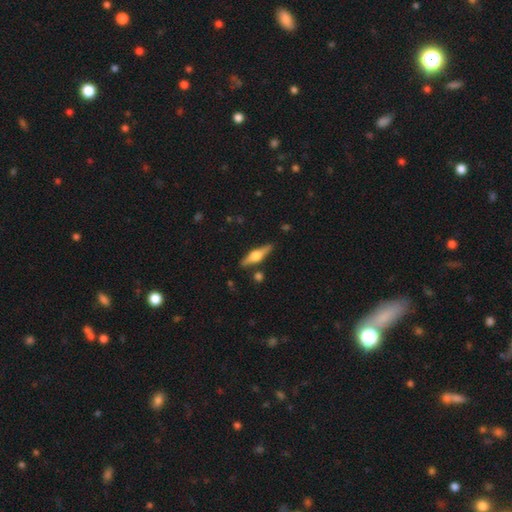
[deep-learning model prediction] featured or disk 71%, smooth 23%, star or artifact 5%. Down the decision tree: edge-on disk — yes (97%); edge-on bulge — rounded (94%); merging — none (87%).